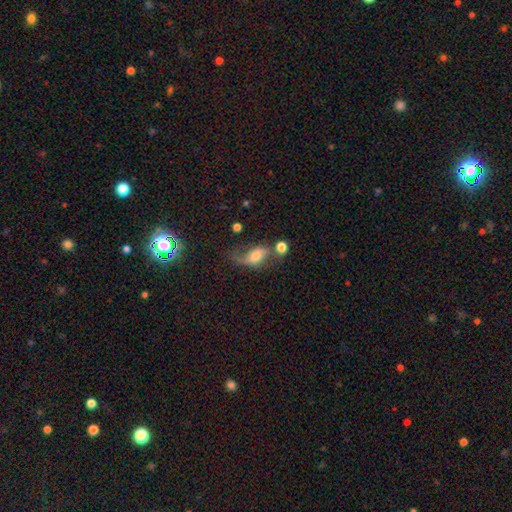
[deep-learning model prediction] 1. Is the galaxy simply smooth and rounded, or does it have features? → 54% featured or disk, 34% smooth, 12% star or artifact.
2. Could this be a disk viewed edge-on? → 93% no, 7% yes.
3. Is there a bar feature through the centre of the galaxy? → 49% no, 37% weak, 14% strong.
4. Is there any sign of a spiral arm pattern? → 82% yes, 18% no.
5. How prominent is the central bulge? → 49% moderate, 23% small, 19% large, 6% none, 3% dominant.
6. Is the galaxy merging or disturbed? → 36% none, 25% major disturbance, 21% minor disturbance, 18% merger.